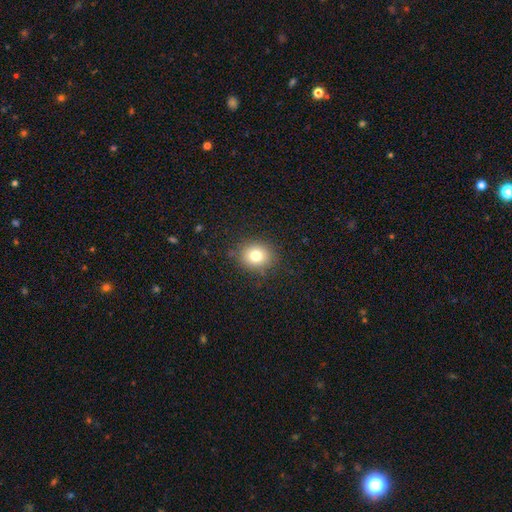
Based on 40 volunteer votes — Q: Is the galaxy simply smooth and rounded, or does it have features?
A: smooth — 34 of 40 (85%).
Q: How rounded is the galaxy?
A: round — 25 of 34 (74%).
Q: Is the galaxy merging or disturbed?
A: none — 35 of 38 (92%).